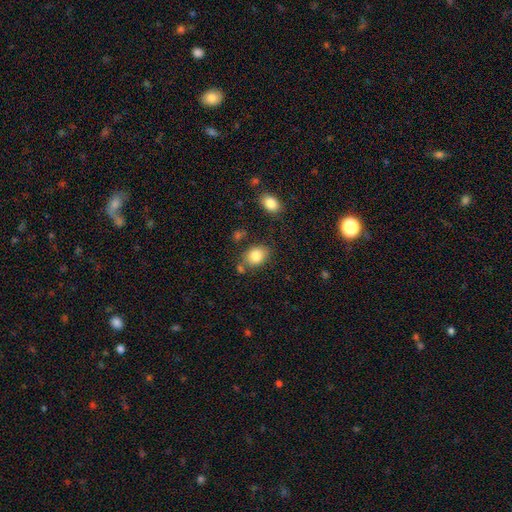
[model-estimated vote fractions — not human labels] Q: Smooth or featured?
A: smooth (84%); runner-up: star or artifact (8%)
Q: How rounded?
A: in between (70%); runner-up: round (29%)
Q: Merging?
A: none (72%); runner-up: minor disturbance (16%)